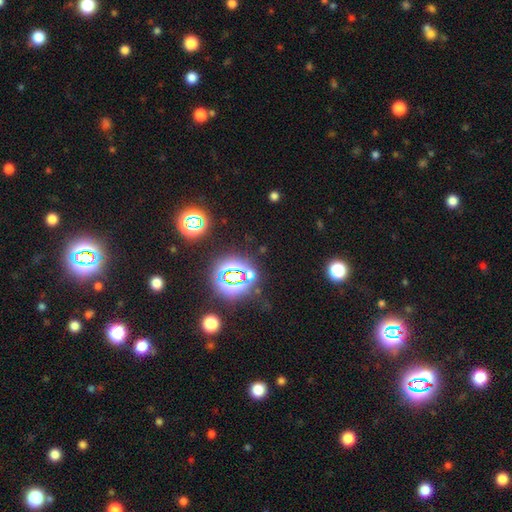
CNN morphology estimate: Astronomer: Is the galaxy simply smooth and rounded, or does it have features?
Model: star or artifact — 79%.